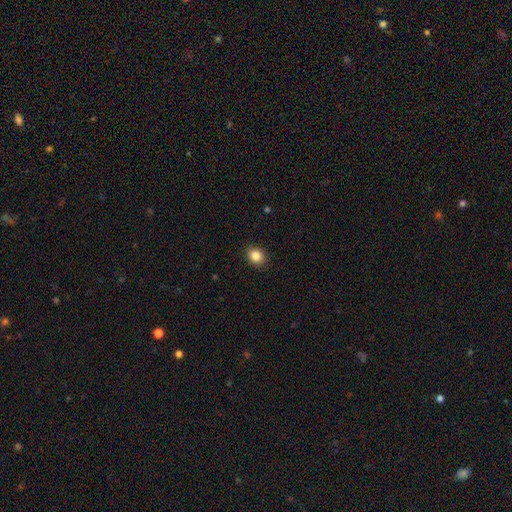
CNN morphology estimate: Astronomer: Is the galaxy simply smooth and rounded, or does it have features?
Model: smooth — 86%.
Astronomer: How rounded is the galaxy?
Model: round — 58% (runner-up: in between, 41%).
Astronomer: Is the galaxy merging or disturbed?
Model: none — 90%.